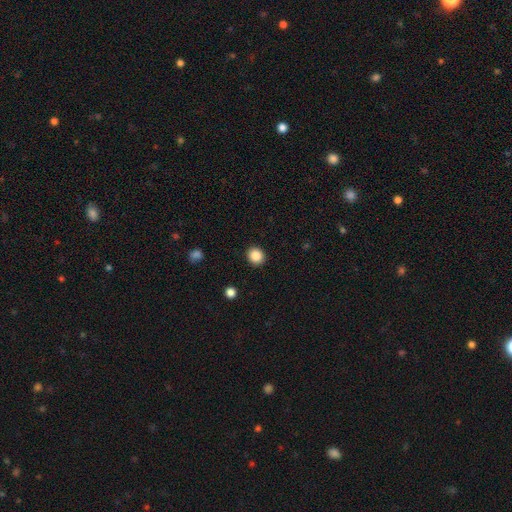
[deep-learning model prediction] A smooth galaxy with no disk features (87%) that is round (85%).

Vote fractions:
- Smooth or featured? smooth: 87% / star or artifact: 10% / featured or disk: 3%
- How rounded? round: 85% / in between: 14% / cigar-shaped: 1%
- Merging? none: 92% / minor disturbance: 5% / major disturbance: 2% / merger: 1%